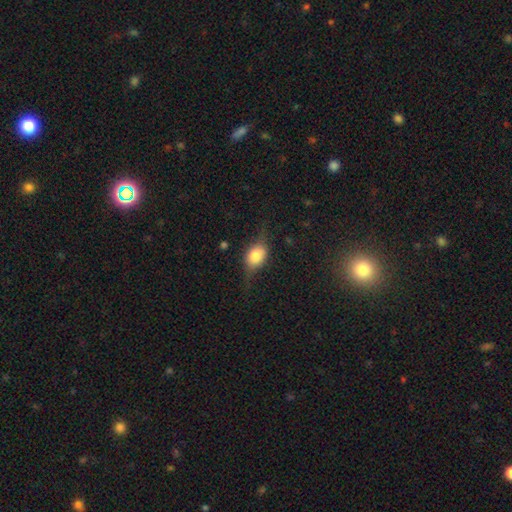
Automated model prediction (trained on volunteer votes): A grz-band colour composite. It shows a smooth galaxy with no disk features (60%) that is in between round and cigar-shaped (62%). Merging: none (59%).